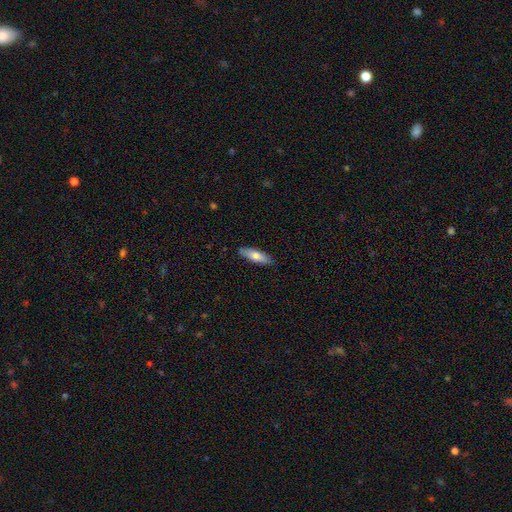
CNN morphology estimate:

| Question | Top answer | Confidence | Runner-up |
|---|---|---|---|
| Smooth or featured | smooth | 72% | featured or disk (22%) |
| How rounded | in between | 52% | cigar-shaped (46%) |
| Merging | none | 88% | minor disturbance (9%) |